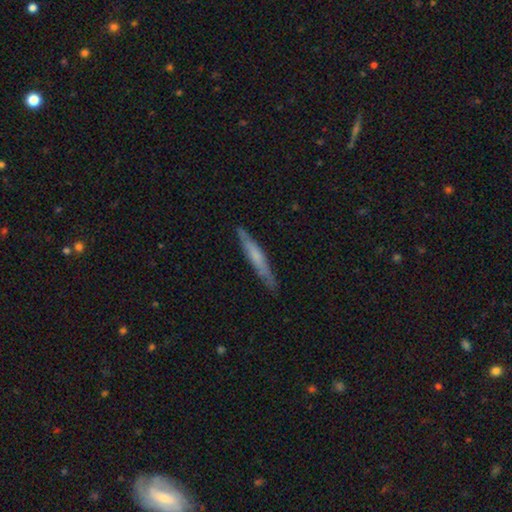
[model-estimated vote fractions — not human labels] Overall: smooth (48%; featured or disk 46%). Merging: none (83%).